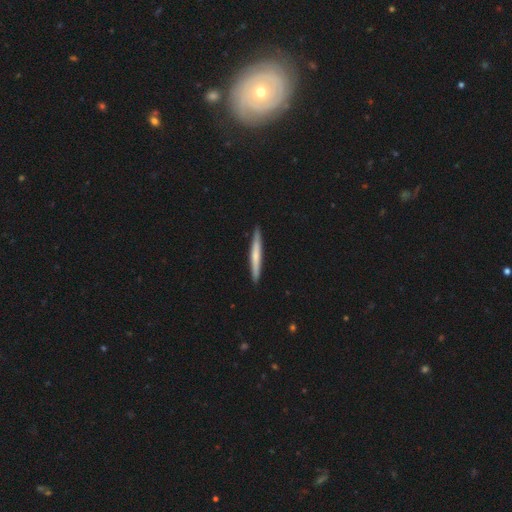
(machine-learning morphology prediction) Smooth or featured? Predicted: smooth (p=0.54). How rounded? Predicted: cigar-shaped (p=0.96). Merging? Predicted: none (p=0.91).